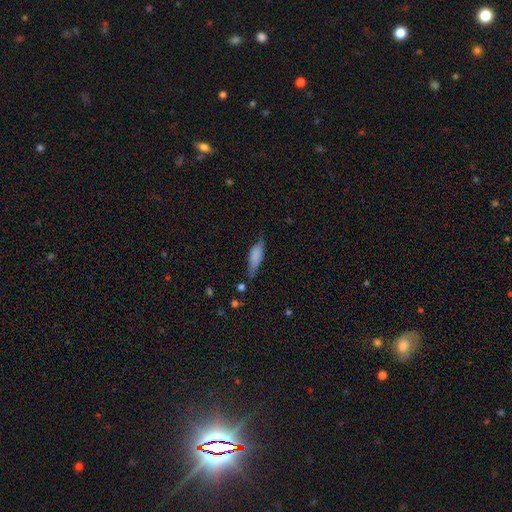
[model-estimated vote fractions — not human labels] smooth-or-featured: smooth: 76% | featured or disk: 16% | star or artifact: 7%
  how-rounded: in between: 61% | cigar-shaped: 37% | round: 2%
  merging: none: 49% | minor disturbance: 37% | major disturbance: 10% | merger: 4%